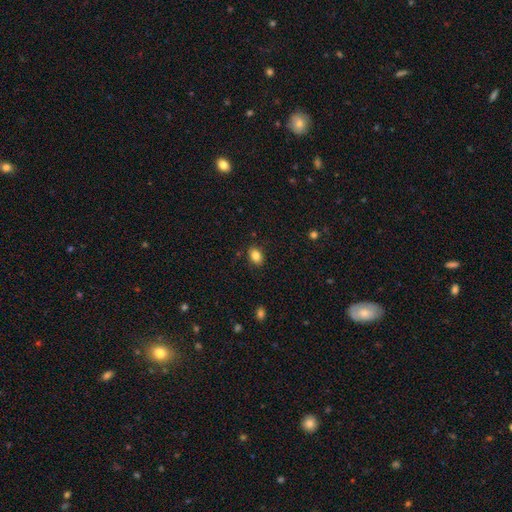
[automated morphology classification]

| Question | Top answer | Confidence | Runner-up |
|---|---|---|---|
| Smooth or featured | smooth | 84% | star or artifact (9%) |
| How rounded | in between | 78% | round (21%) |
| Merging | none | 86% | minor disturbance (10%) |